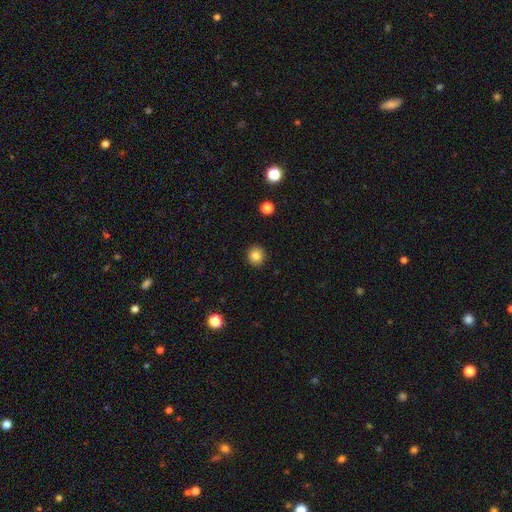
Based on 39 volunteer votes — Q: Smooth or featured?
A: smooth (82%); runner-up: featured or disk (10%)
Q: How rounded?
A: round (91%); runner-up: in between (6%)
Q: Merging?
A: none (81%); runner-up: major disturbance (8%)